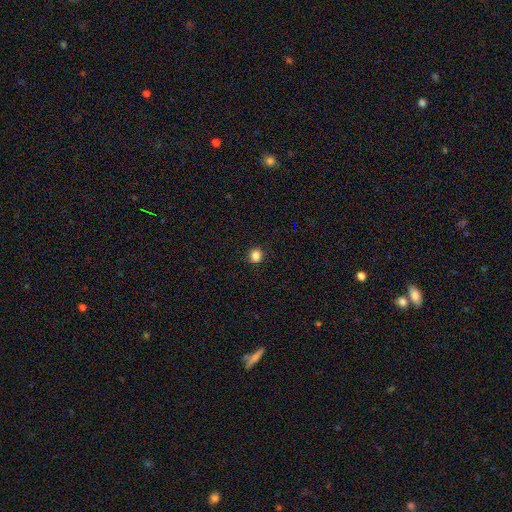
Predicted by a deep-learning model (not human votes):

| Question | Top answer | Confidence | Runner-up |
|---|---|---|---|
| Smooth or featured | smooth | 84% | star or artifact (12%) |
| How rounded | round | 87% | in between (12%) |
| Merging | none | 90% | minor disturbance (7%) |